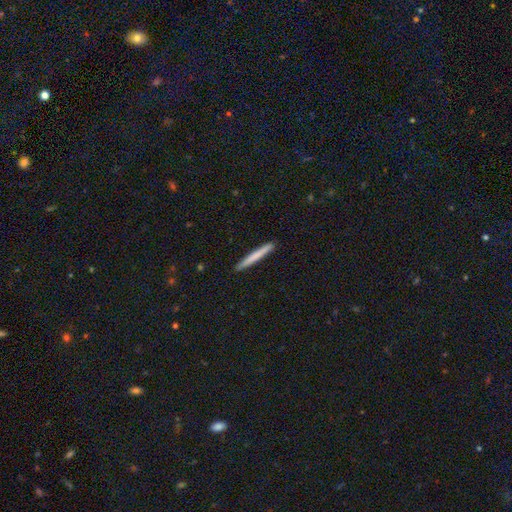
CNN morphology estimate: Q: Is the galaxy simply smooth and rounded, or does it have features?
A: smooth — 69%.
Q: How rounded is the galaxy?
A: cigar-shaped — 97%.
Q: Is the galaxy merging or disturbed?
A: none — 93%.